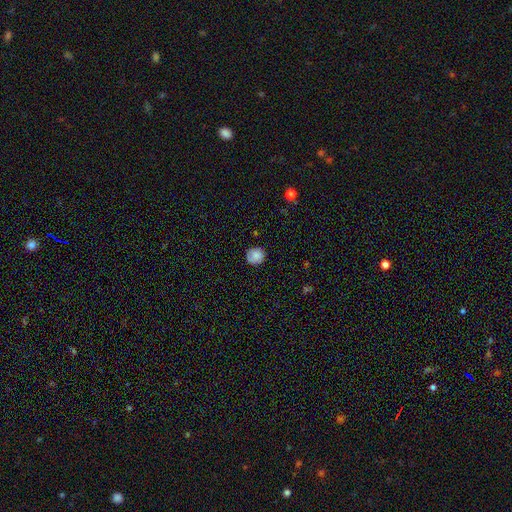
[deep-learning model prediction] smooth 83%, star or artifact 9%, featured or disk 8%. Down the decision tree: how rounded — round (89%); merging — none (83%).